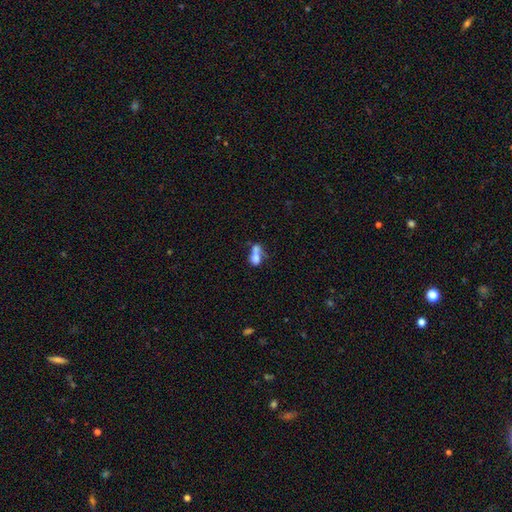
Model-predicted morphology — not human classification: A smooth galaxy with no disk features (68%) that is in between round and cigar-shaped (73%).

Vote fractions:
- Smooth or featured? smooth: 68% / featured or disk: 20% / star or artifact: 12%
- How rounded? in between: 73% / round: 20% / cigar-shaped: 7%
- Merging? merger: 62% / none: 18% / major disturbance: 12% / minor disturbance: 9%